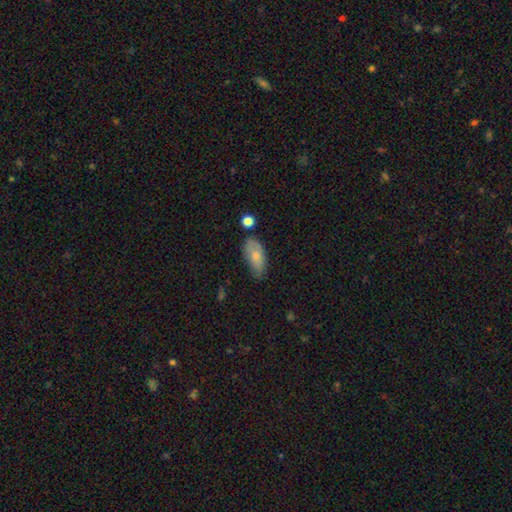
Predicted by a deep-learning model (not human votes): This appears to be a smooth galaxy with no disk features (73%) that is in between round and cigar-shaped (91%). Merging: none (52%).